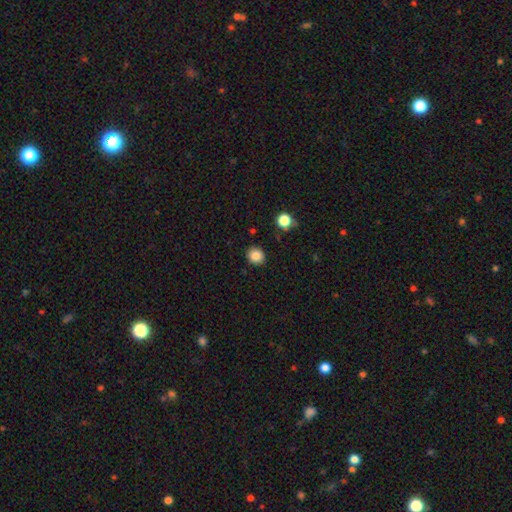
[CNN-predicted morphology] A smooth galaxy with no disk features (85%) that is round (83%). Merging: none (90%).